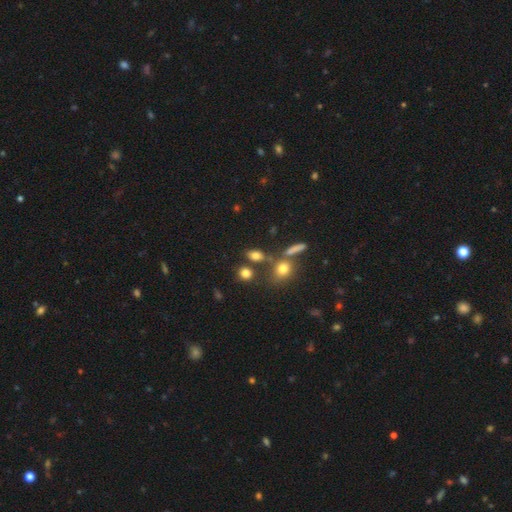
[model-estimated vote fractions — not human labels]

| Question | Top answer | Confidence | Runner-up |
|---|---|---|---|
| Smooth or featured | smooth | 76% | star or artifact (13%) |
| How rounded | in between | 65% | round (29%) |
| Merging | none | 63% | merger (19%) |